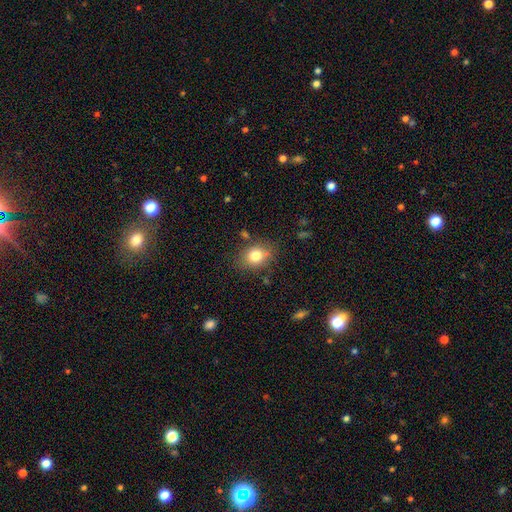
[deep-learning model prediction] smooth-or-featured: smooth: 79% | star or artifact: 11% | featured or disk: 10%
  how-rounded: round: 56% | in between: 43% | cigar-shaped: 1%
  merging: none: 76% | minor disturbance: 15% | merger: 5% | major disturbance: 5%